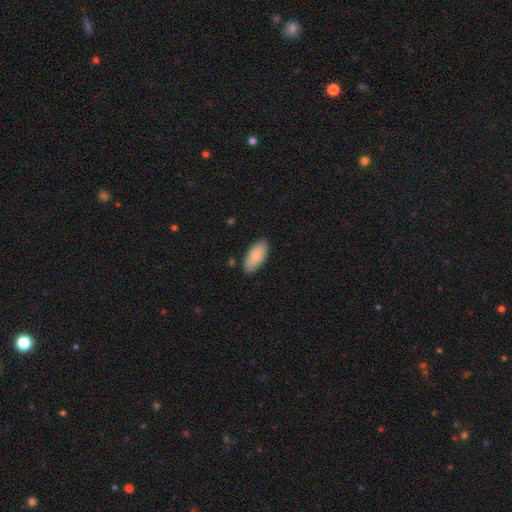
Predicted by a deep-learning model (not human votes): smooth-or-featured: smooth: 84% | featured or disk: 11% | star or artifact: 6%
  how-rounded: in between: 91% | cigar-shaped: 7% | round: 2%
  merging: none: 86% | minor disturbance: 11% | major disturbance: 2% | merger: 1%